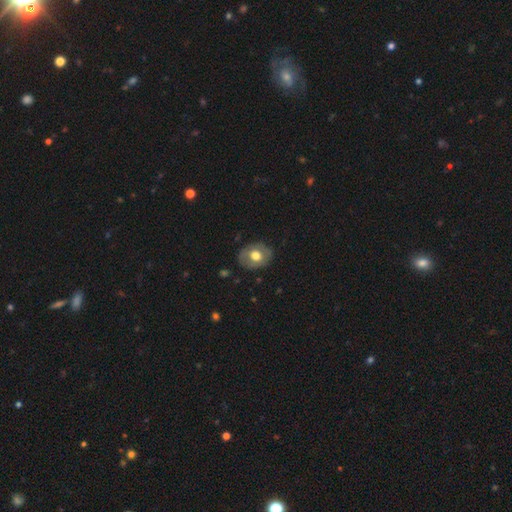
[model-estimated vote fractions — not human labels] This is likely a smooth galaxy (61%). How rounded: possibly in between (54%). Merging: clearly none (80%).